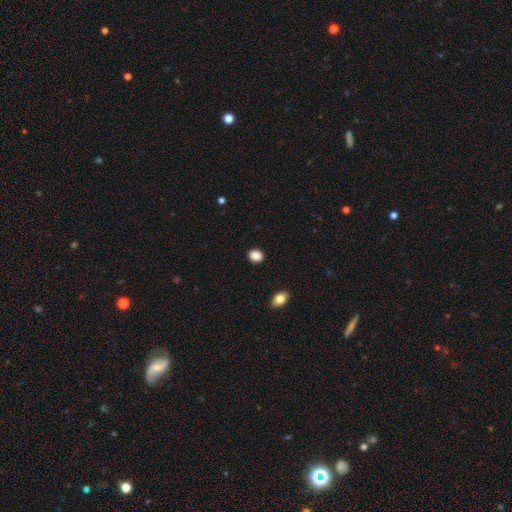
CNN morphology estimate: Smooth or featured: smooth — 88% (star or artifact — 9%)
How rounded: round — 55% (in between — 44%)
Merging: none — 90% (minor disturbance — 7%)